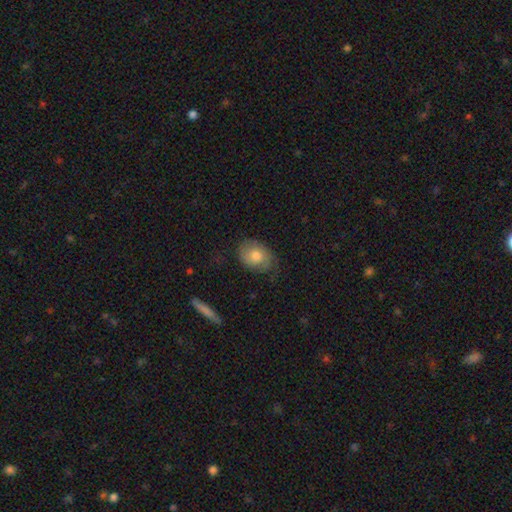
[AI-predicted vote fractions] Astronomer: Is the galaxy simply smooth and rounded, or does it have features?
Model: smooth — 63%.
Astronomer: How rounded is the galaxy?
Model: in between — 65%.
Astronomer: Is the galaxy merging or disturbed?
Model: none — 67%.